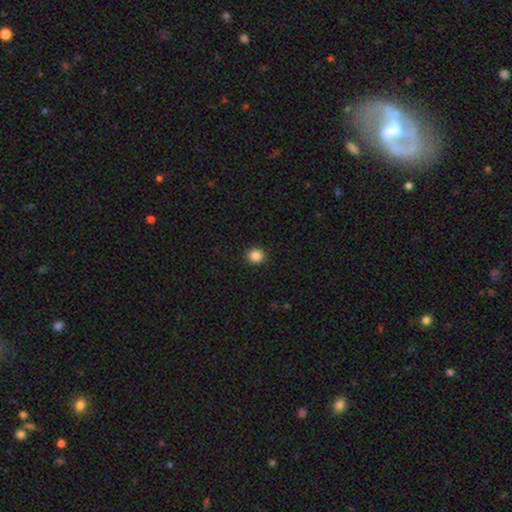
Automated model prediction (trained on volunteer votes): Smooth or featured: smooth — 86% (star or artifact — 11%)
How rounded: round — 88% (in between — 11%)
Merging: none — 92% (minor disturbance — 5%)